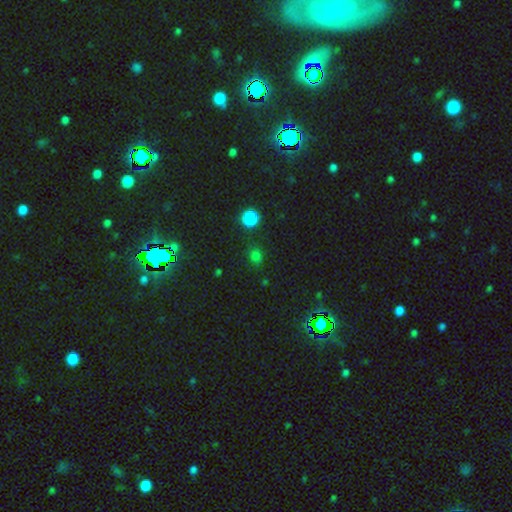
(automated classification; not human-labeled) Smooth or featured? Predicted: smooth (p=0.66). How rounded? Predicted: round (p=0.69). Merging? Predicted: none (p=0.80).